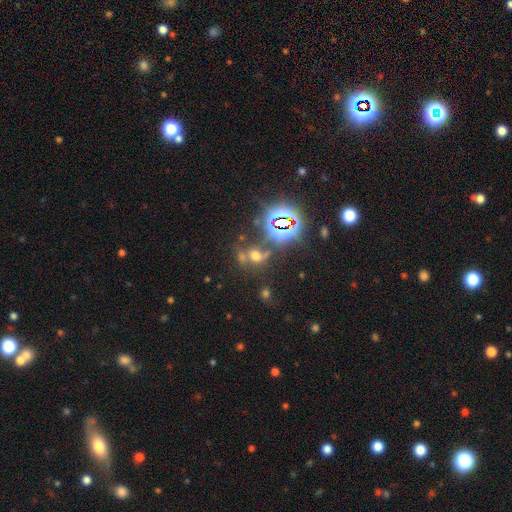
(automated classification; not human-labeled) A star or artifact, not a galaxy (46%).